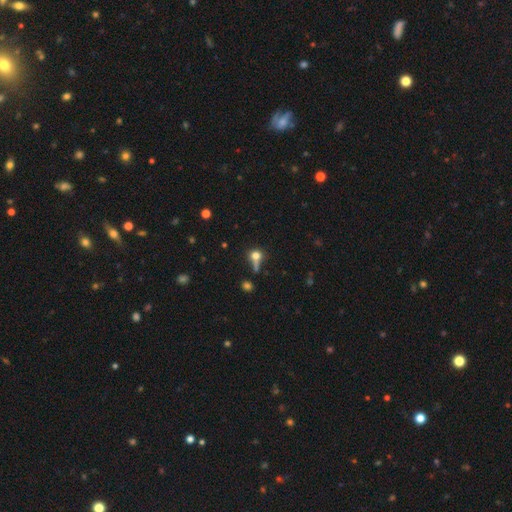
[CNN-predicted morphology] Smooth or featured?
  - smooth: 69% *
  - star or artifact: 17%
  - featured or disk: 15%
How rounded?
  - round: 75% *
  - in between: 20%
  - cigar-shaped: 5%
Merging?
  - none: 48% *
  - merger: 23%
  - minor disturbance: 16%
  - major disturbance: 14%